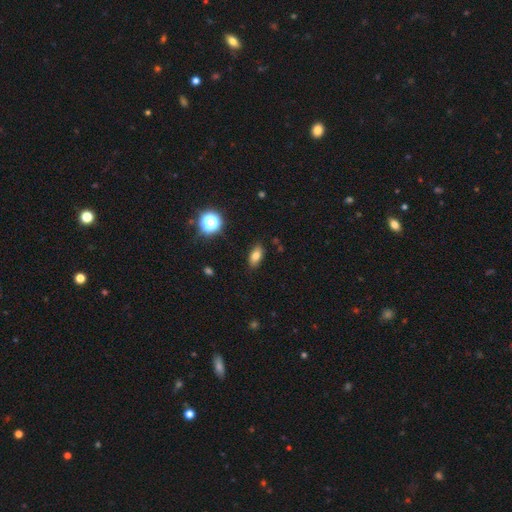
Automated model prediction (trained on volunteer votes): Smooth or featured? Predicted: smooth (p=0.76). How rounded? Predicted: in between (p=0.86). Merging? Predicted: none (p=0.87).